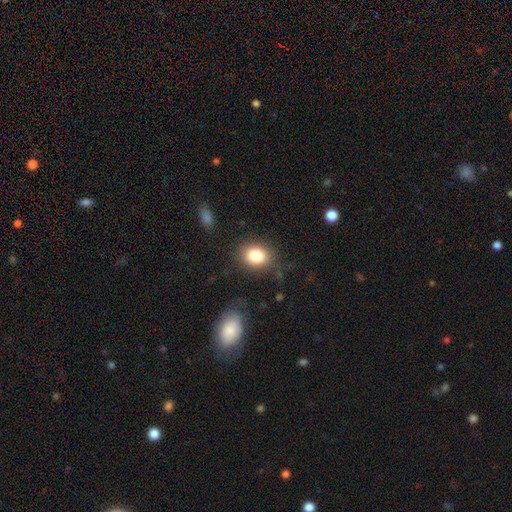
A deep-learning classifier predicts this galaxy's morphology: Smooth or featured?
  - smooth: 84% *
  - star or artifact: 9%
  - featured or disk: 7%
How rounded?
  - round: 54% *
  - in between: 45%
  - cigar-shaped: 1%
Merging?
  - none: 82% *
  - minor disturbance: 12%
  - major disturbance: 4%
  - merger: 2%